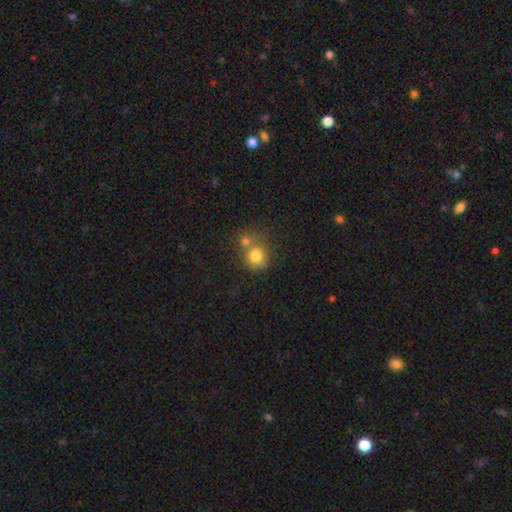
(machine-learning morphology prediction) Smooth or featured? Predicted: smooth (p=0.78). How rounded? Predicted: round (p=0.82). Merging? Predicted: none (p=0.44).